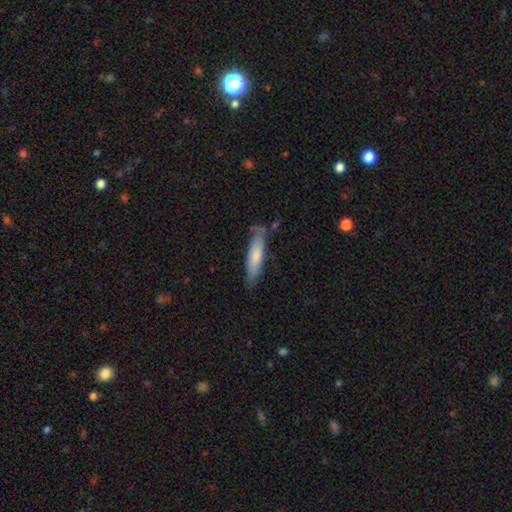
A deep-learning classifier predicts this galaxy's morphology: smooth-or-featured: smooth: 70% | featured or disk: 24% | star or artifact: 5%
  how-rounded: cigar-shaped: 76% | in between: 22% | round: 1%
  merging: none: 73% | minor disturbance: 20% | major disturbance: 4% | merger: 3%